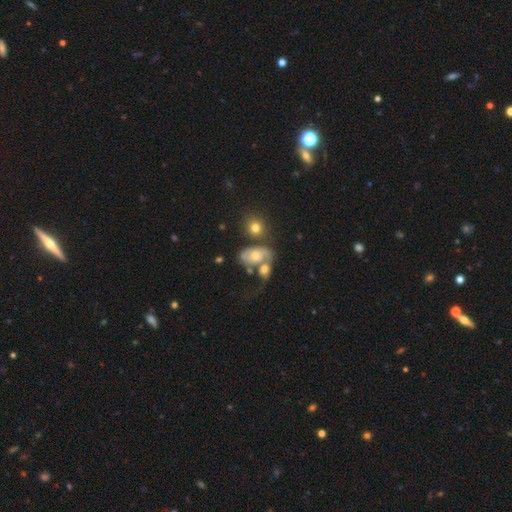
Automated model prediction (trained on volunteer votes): This is possibly a featured or disk galaxy (50%). Merging: possibly merger (47%).